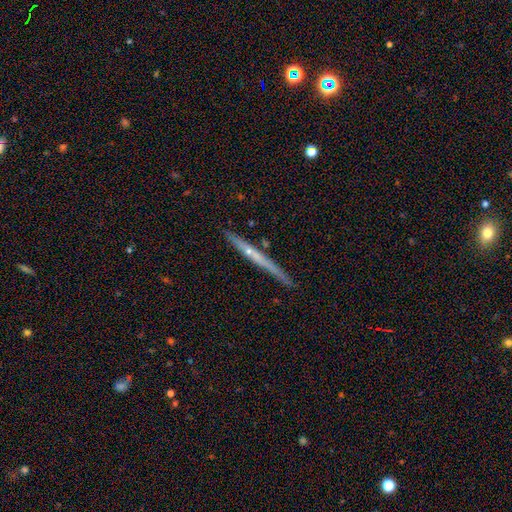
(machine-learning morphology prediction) Smooth or featured? Predicted: featured or disk (p=0.59). Edge-on disk? Predicted: yes (p=0.97). Edge-on bulge? Predicted: none (p=0.66). Merging? Predicted: none (p=0.82).